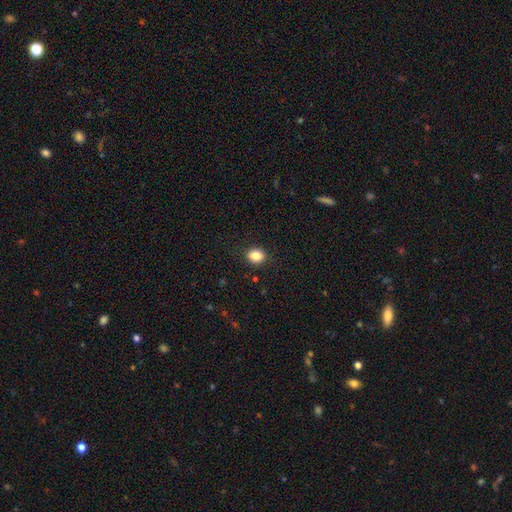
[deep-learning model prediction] This is clearly a smooth galaxy (85%). How rounded: possibly round (54%). Merging: clearly none (89%).